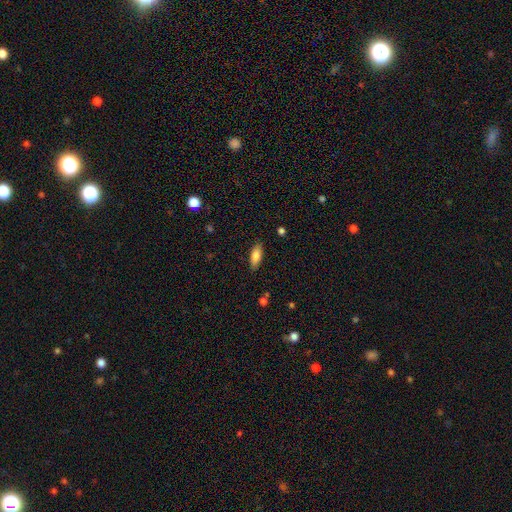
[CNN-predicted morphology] Smooth or featured: smooth — 80% (featured or disk — 13%)
How rounded: in between — 74% (cigar-shaped — 23%)
Merging: none — 86% (minor disturbance — 10%)